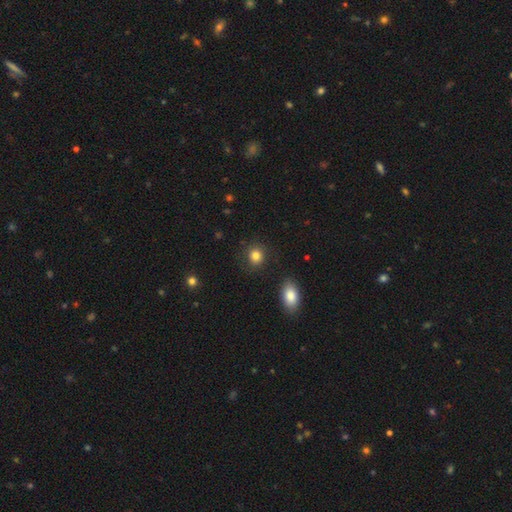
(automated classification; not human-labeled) A smooth galaxy with no disk features (84%) that is round (79%). Merging: none (84%).